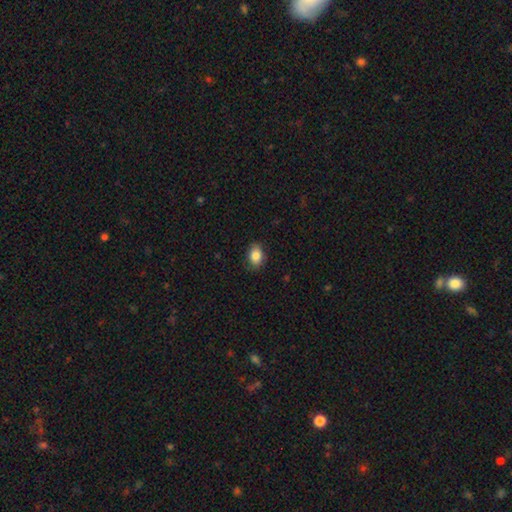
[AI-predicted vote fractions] smooth 86%, star or artifact 8%, featured or disk 6%. Down the decision tree: how rounded — in between (79%); merging — none (85%).